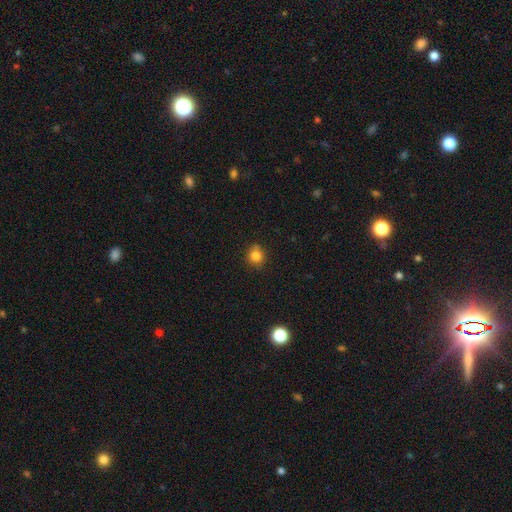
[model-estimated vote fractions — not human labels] Smooth or featured? smooth (82%)
How rounded? round (87%)
Merging? none (77%)